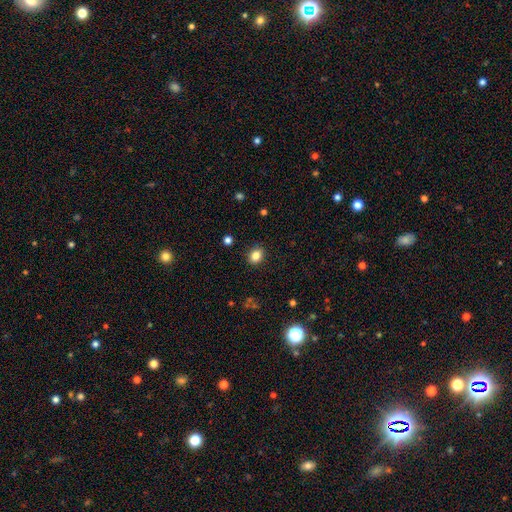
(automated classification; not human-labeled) smooth-or-featured: smooth: 83% | star or artifact: 11% | featured or disk: 6%
  how-rounded: round: 58% | in between: 41% | cigar-shaped: 1%
  merging: none: 89% | minor disturbance: 8% | major disturbance: 2% | merger: 1%